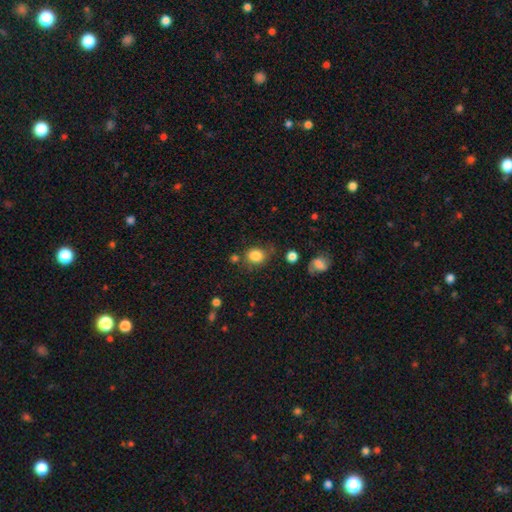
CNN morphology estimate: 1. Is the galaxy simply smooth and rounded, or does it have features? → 83% smooth, 10% star or artifact, 7% featured or disk.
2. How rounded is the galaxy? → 68% round, 31% in between, 1% cigar-shaped.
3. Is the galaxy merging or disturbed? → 66% none, 19% minor disturbance, 7% merger, 7% major disturbance.